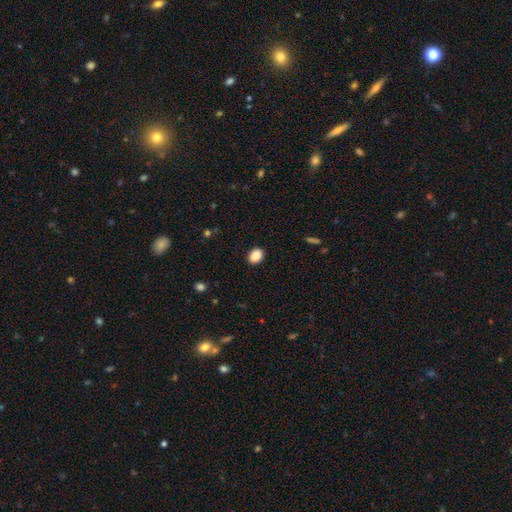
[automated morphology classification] Smooth or featured?
  - smooth: 89% *
  - star or artifact: 8%
  - featured or disk: 3%
How rounded?
  - in between: 68% *
  - round: 31%
  - cigar-shaped: 1%
Merging?
  - none: 89% *
  - minor disturbance: 8%
  - major disturbance: 2%
  - merger: 1%